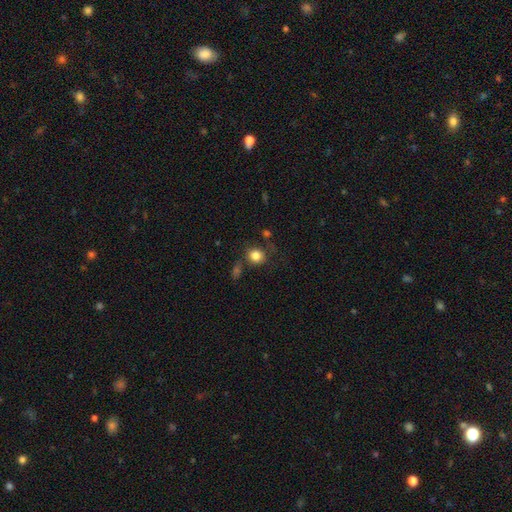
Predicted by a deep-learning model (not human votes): Smooth or featured: smooth — 82% (star or artifact — 11%)
How rounded: round — 79% (in between — 20%)
Merging: none — 74% (minor disturbance — 13%)